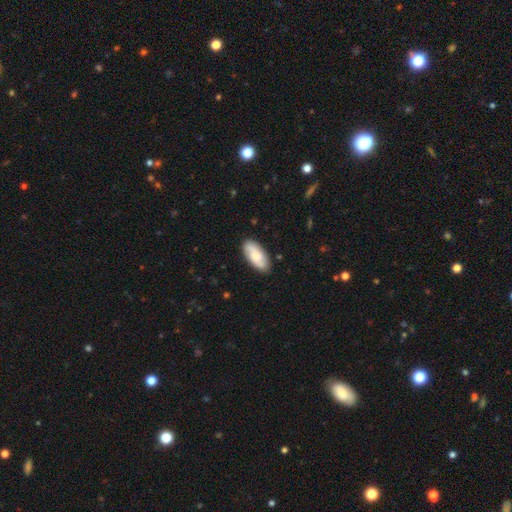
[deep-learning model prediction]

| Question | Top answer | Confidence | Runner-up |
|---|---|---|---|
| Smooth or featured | smooth | 55% | featured or disk (38%) |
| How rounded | in between | 88% | cigar-shaped (10%) |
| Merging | none | 85% | minor disturbance (11%) |